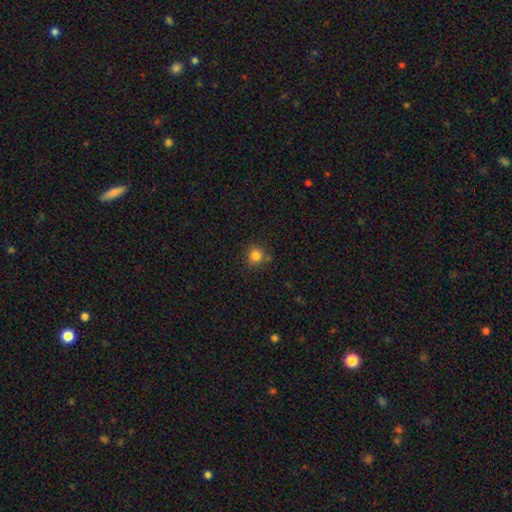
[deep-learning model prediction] The model was most divided on "merging": none: 80%, minor disturbance: 13%, merger: 4%, major disturbance: 3%. More confident: how rounded — round (91%); smooth or featured — smooth (82%).